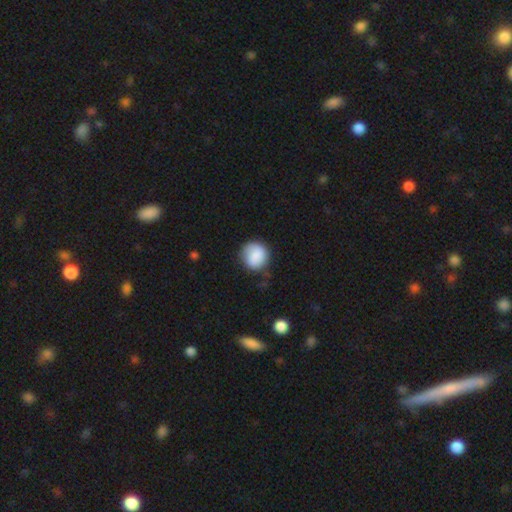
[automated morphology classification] Overall: smooth (84%). How rounded: round (87%). Merging: none (72%).